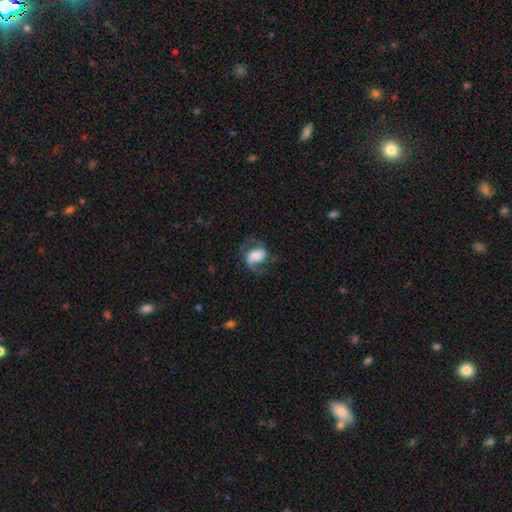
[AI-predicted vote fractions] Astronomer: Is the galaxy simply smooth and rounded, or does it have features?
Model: featured or disk — 76%.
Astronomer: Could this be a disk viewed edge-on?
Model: no — 97%.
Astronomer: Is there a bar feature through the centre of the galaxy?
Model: no — 37%, tied with weak at 37%.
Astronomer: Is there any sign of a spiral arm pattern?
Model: yes — 93%.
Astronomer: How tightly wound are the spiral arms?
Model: medium — 51% (runner-up: loose, 34%).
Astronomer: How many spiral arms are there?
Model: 2 — 88%.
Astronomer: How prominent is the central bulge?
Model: moderate — 40% (runner-up: large, 27%).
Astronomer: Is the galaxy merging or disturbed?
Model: none — 67%.